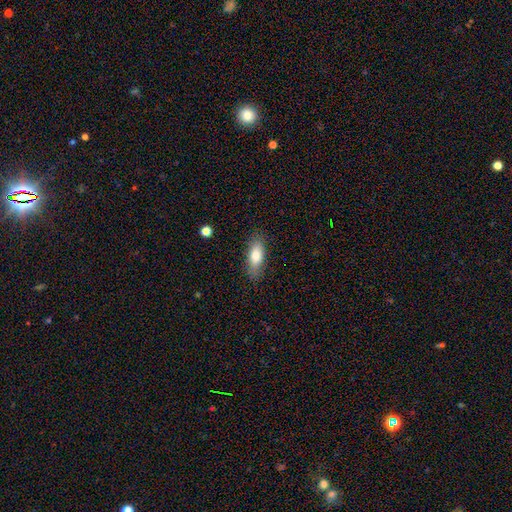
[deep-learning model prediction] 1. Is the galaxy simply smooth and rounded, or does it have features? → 77% smooth, 16% featured or disk, 7% star or artifact.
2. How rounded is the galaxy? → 74% in between, 23% cigar-shaped, 3% round.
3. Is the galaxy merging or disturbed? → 84% none, 12% minor disturbance, 3% major disturbance, 1% merger.